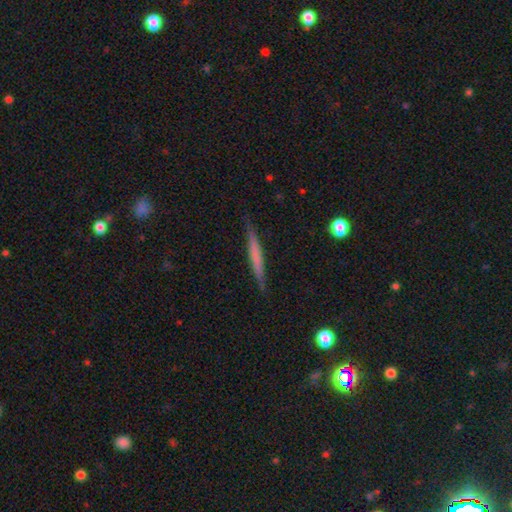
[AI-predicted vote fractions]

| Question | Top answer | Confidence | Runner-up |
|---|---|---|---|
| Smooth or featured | smooth | 48% | featured or disk (46%) |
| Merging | none | 87% | minor disturbance (9%) |